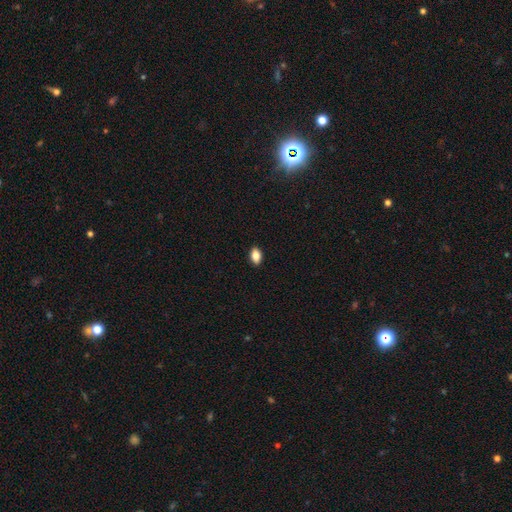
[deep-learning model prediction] This is clearly a smooth galaxy (85%). How rounded: clearly in between (88%). Merging: clearly none (90%).